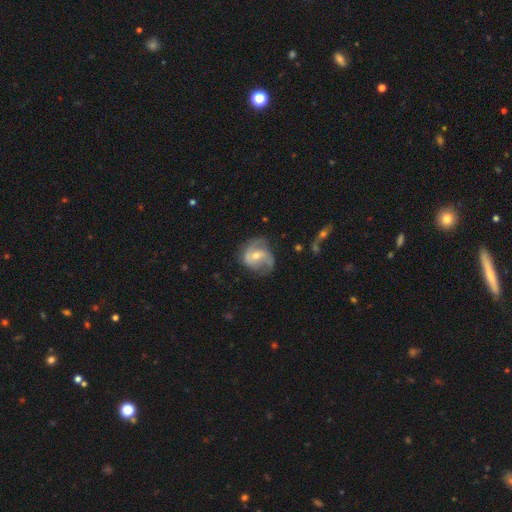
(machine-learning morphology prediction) Q: Smooth or featured?
A: featured or disk (72%); runner-up: smooth (22%)
Q: Edge-on disk?
A: no (97%); runner-up: yes (3%)
Q: Bar?
A: no (50%); runner-up: weak (38%)
Q: Spiral arms?
A: yes (88%); runner-up: no (12%)
Q: Spiral winding?
A: medium (47%); runner-up: loose (29%)
Q: Spiral arm count?
A: 2 (67%); runner-up: can't tell (13%)
Q: Bulge size?
A: moderate (53%); runner-up: small (42%)
Q: Merging?
A: none (57%); runner-up: minor disturbance (25%)